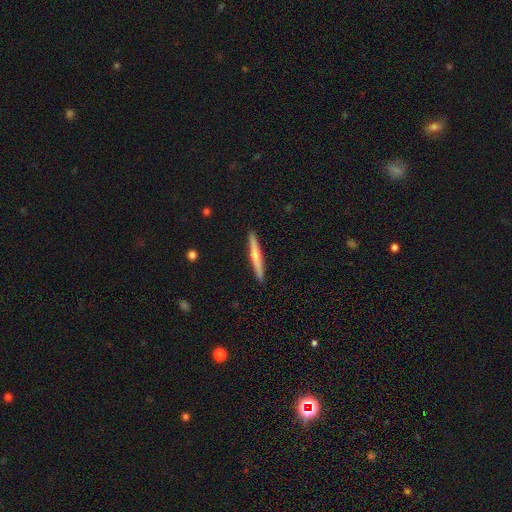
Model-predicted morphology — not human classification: Q: Smooth or featured?
A: featured or disk (48%); runner-up: smooth (47%)
Q: Merging?
A: none (92%); runner-up: minor disturbance (6%)